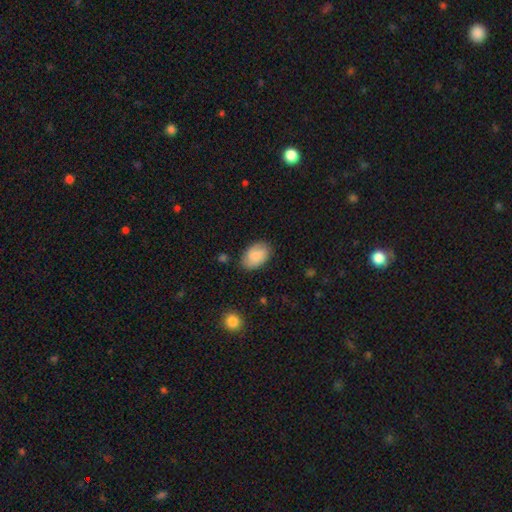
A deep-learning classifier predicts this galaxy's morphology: This appears to be a smooth galaxy with no disk features (85%) that is in between round and cigar-shaped (90%). Merging: none (80%).